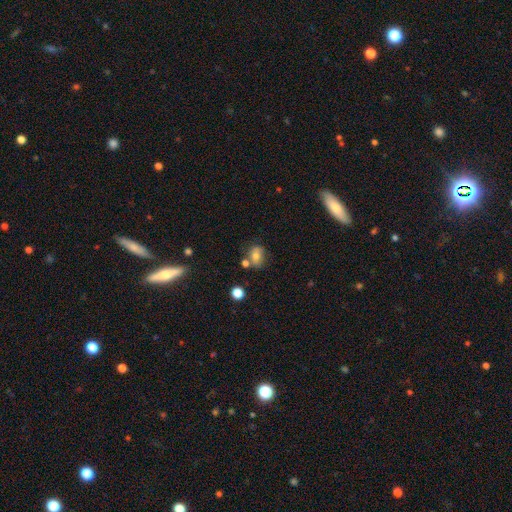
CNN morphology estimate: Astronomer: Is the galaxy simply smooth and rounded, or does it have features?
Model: smooth — 71%.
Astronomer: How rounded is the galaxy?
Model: in between — 56% (runner-up: round, 43%).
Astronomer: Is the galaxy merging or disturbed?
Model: none — 62%.